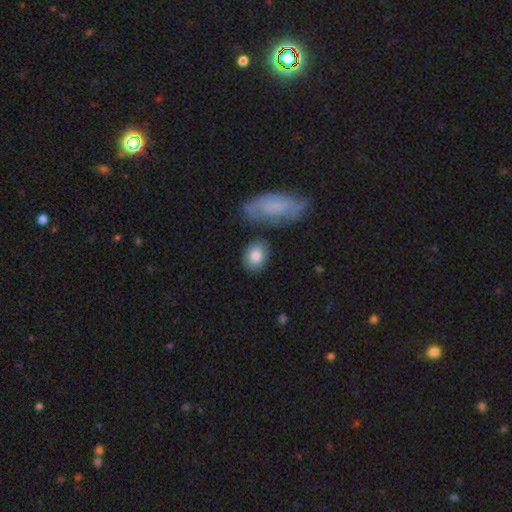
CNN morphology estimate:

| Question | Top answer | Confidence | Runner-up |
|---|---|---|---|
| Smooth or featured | smooth | 79% | featured or disk (15%) |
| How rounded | in between | 57% | round (41%) |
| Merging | none | 74% | minor disturbance (14%) |